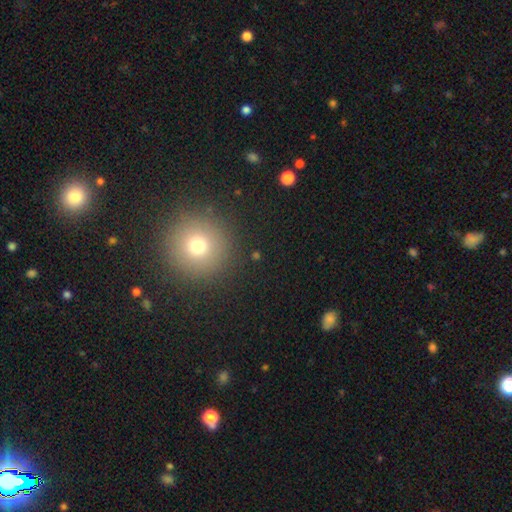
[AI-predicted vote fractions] Smooth or featured: smooth — 65% (star or artifact — 26%)
How rounded: round — 93% (in between — 6%)
Merging: none — 90% (minor disturbance — 6%)